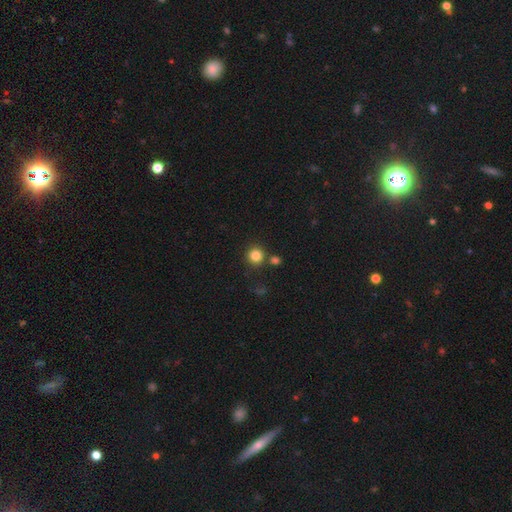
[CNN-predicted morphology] This appears to be a smooth galaxy with no disk features (84%) that is round (92%). Merging: none (79%).